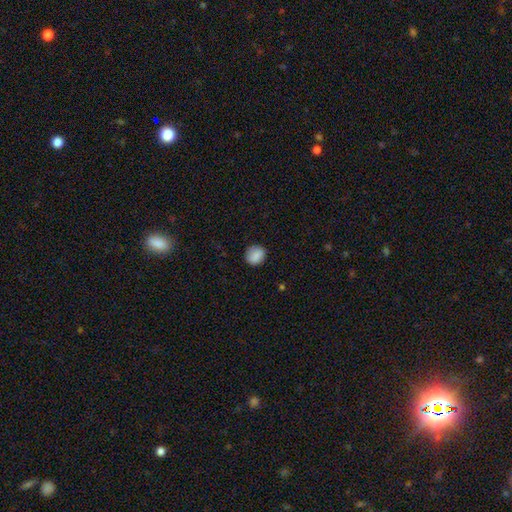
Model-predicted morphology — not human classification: A smooth galaxy with no disk features (86%) that is round (83%). Merging: none (85%).